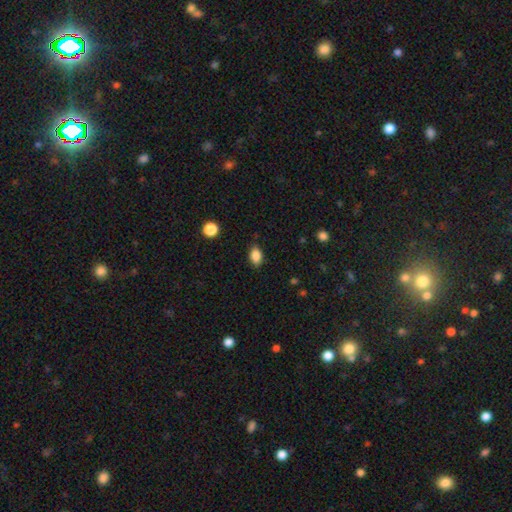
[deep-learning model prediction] This appears to be a smooth galaxy with no disk features (87%) that is in between round and cigar-shaped (84%). Merging: none (84%).